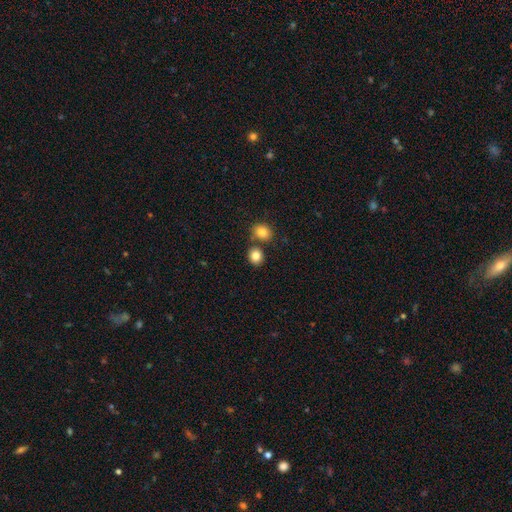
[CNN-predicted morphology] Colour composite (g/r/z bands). It shows a smooth galaxy with no disk features (84%) that is round (74%). Merging: none (70%).